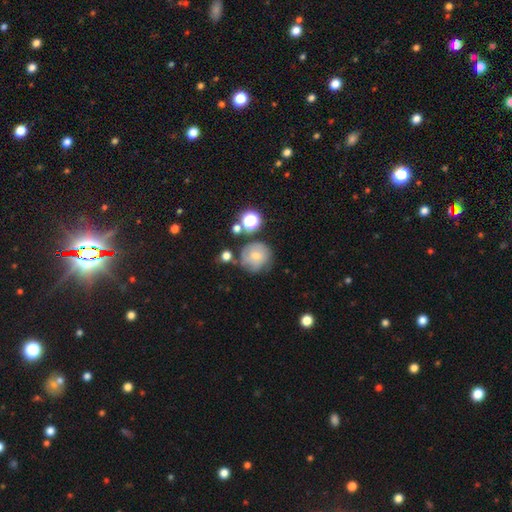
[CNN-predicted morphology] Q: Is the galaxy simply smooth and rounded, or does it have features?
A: smooth — 53%.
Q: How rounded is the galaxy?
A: round — 90%.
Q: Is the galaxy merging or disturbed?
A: none — 59%.